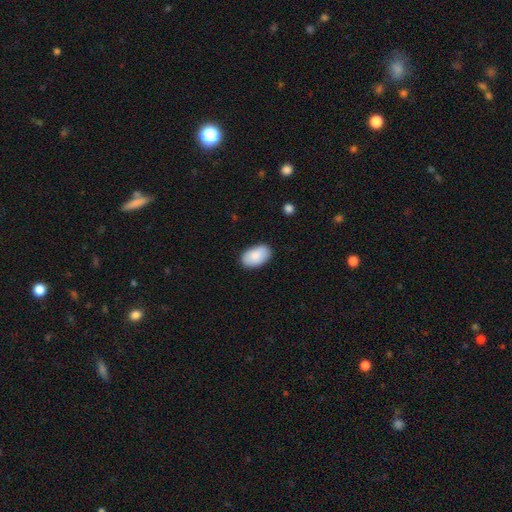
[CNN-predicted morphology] smooth_or_featured: smooth (p=0.88) [alt: featured or disk p=0.07]
how_rounded: in between (p=0.94) [alt: round p=0.04]
merging: none (p=0.86) [alt: minor disturbance p=0.11]